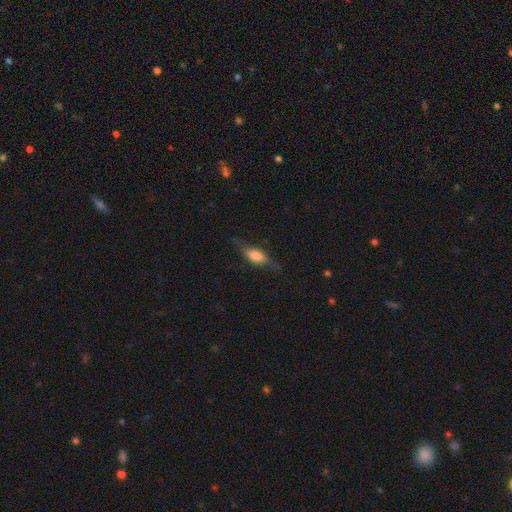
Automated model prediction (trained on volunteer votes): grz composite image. It shows a smooth galaxy with no disk features (54%) that is in between round and cigar-shaped (67%). Merging: none (65%).